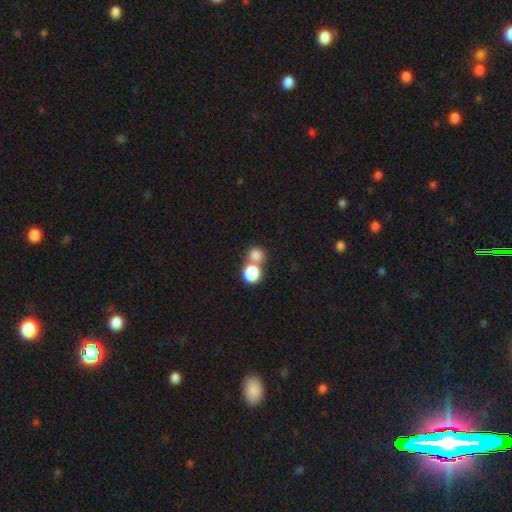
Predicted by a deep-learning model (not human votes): A smooth galaxy with no disk features (80%) that is round (82%). Merging: merger (46%).